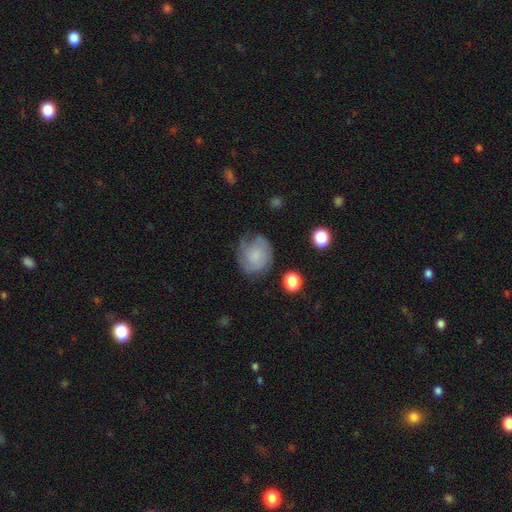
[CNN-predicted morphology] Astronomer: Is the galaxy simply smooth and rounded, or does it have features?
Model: smooth — 50% (runner-up: featured or disk, 41%).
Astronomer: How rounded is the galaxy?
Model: round — 77%.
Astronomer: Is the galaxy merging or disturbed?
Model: none — 59%.